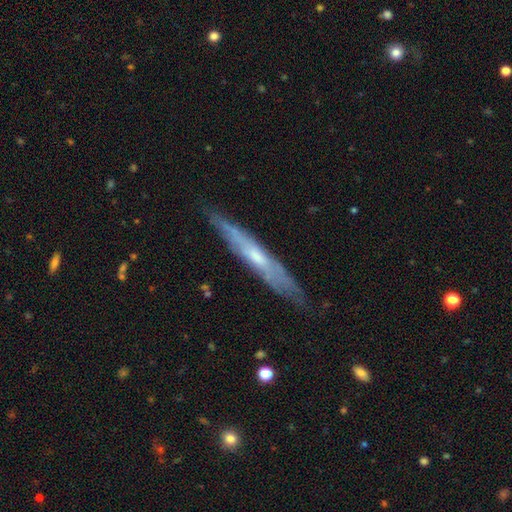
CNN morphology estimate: This appears to be a featured or disk galaxy (65%) viewed edge-on (82%) with no central bulge (52%). Merging: none (81%).